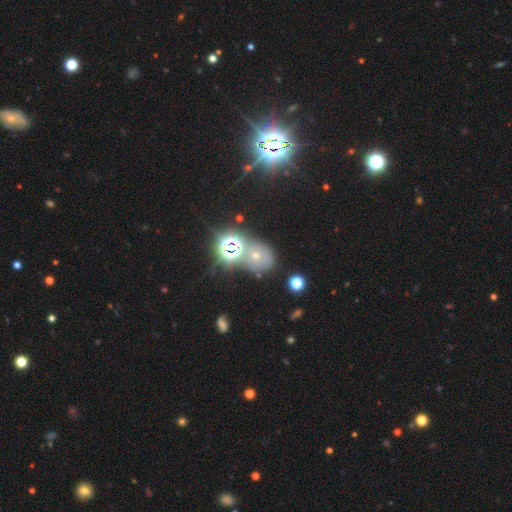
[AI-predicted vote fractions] smooth_or_featured: star or artifact (p=0.47) [alt: smooth p=0.37]